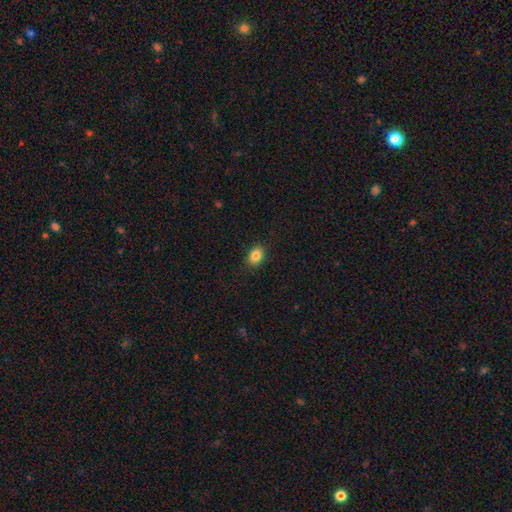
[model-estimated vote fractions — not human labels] This is clearly a smooth galaxy (85%). How rounded: likely in between (75%). Merging: clearly none (88%).